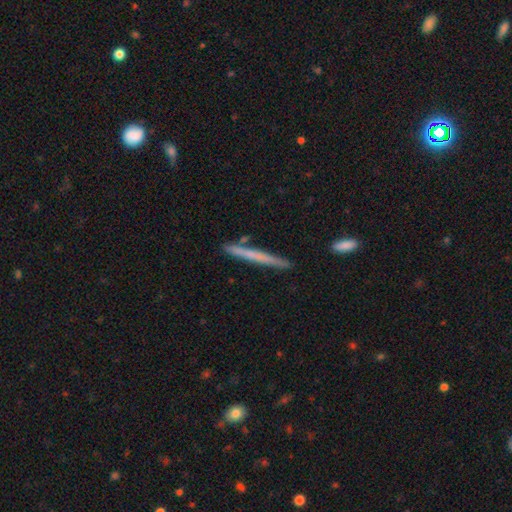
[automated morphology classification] Smooth or featured? smooth (56%)
How rounded? cigar-shaped (97%)
Merging? none (85%)